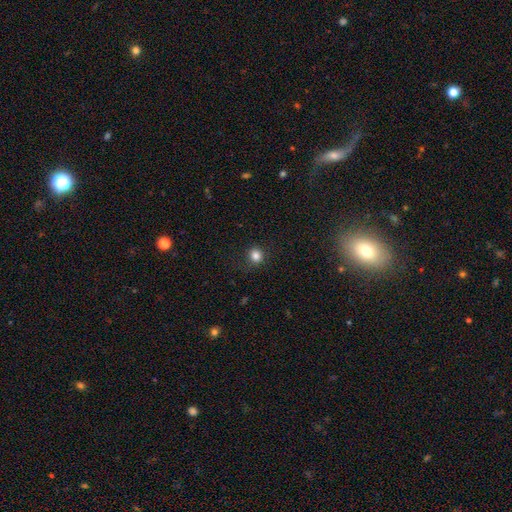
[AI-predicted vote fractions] A smooth galaxy with no disk features (83%) that is round (89%).

Vote fractions:
- Smooth or featured? smooth: 83% / star or artifact: 12% / featured or disk: 4%
- How rounded? round: 89% / in between: 10% / cigar-shaped: 1%
- Merging? none: 86% / minor disturbance: 10% / major disturbance: 4% / merger: 1%